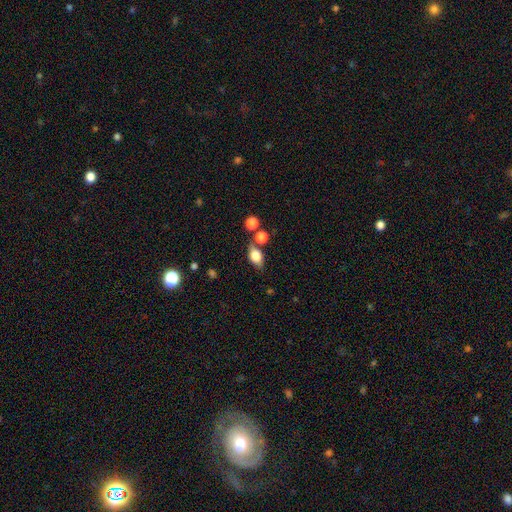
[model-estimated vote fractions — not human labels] Morphology: type=smooth (68%); roundness=in between (75%); merging=none (67%).